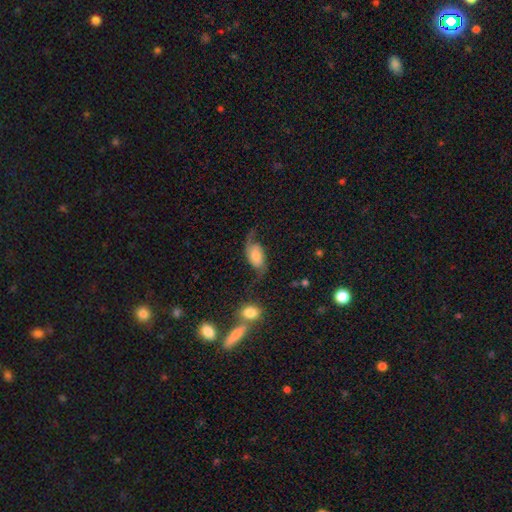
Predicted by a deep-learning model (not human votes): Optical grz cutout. It shows a featured or disk galaxy (74%) with no bar (61%), 2 (90%) loose (66%) spiral arms (95%) and a moderate central bulge (37%). Merging: none (60%).